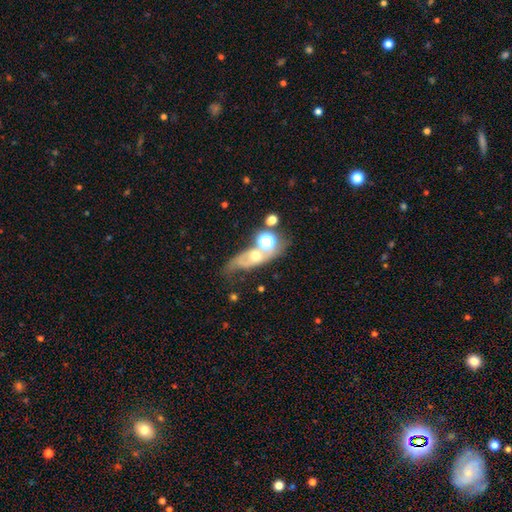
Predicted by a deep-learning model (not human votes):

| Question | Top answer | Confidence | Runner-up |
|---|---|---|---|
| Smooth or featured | featured or disk | 45% | smooth (38%) |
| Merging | none | 38% | merger (24%) |